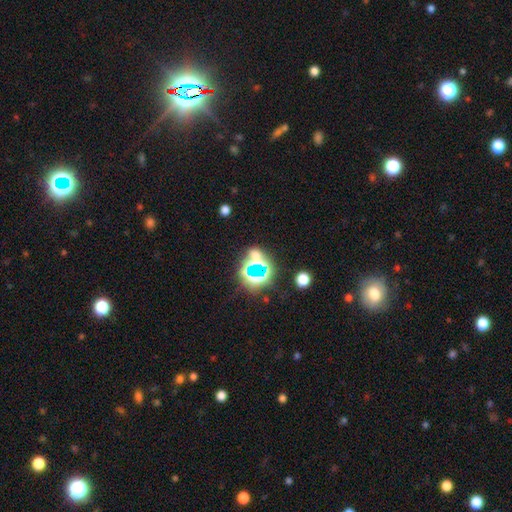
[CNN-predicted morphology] This appears to be a star or artifact, not a galaxy (58%).